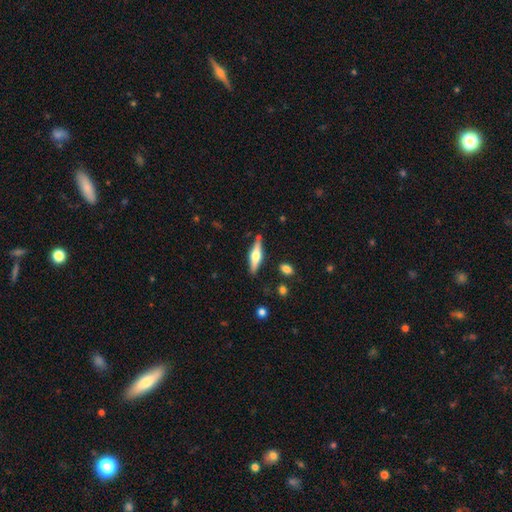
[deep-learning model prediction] The model was most divided on "smooth or featured": featured or disk: 60%, smooth: 34%, star or artifact: 6%. More confident: edge-on disk — yes (95%); edge-on bulge — rounded (92%); merging — none (84%).